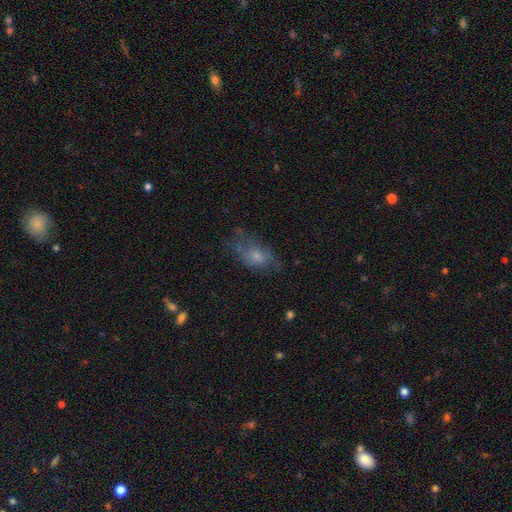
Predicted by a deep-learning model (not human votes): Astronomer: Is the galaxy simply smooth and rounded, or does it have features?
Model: smooth — 54% (runner-up: featured or disk, 35%).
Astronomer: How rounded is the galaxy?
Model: in between — 84%.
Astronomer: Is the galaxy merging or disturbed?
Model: none — 47% (runner-up: minor disturbance, 27%).